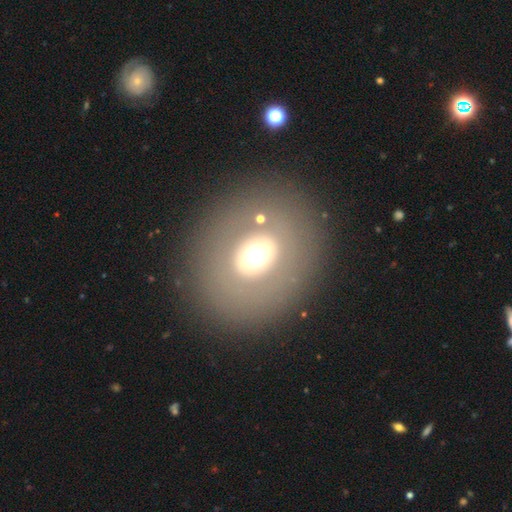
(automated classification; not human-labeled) Q: Smooth or featured?
A: smooth (53%); runner-up: featured or disk (33%)
Q: How rounded?
A: round (62%); runner-up: in between (37%)
Q: Merging?
A: none (83%); runner-up: minor disturbance (8%)